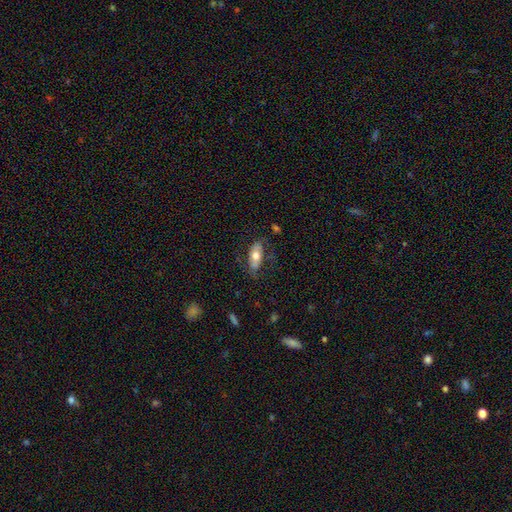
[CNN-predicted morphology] Smooth or featured: smooth — 61% (featured or disk — 33%)
How rounded: in between — 84% (cigar-shaped — 13%)
Merging: none — 67% (minor disturbance — 21%)